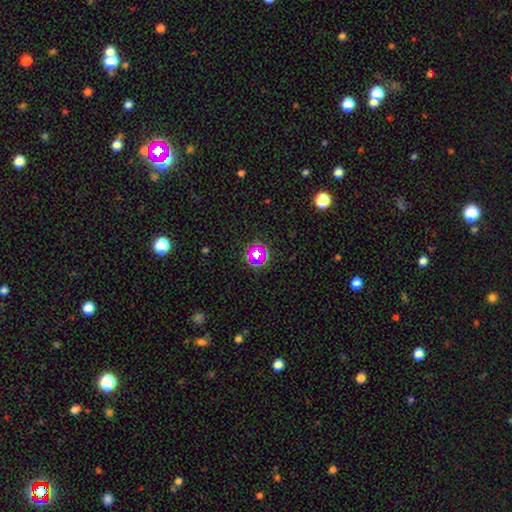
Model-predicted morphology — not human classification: The model was most divided on "smooth or featured": star or artifact: 53%, smooth: 36%, featured or disk: 12%.